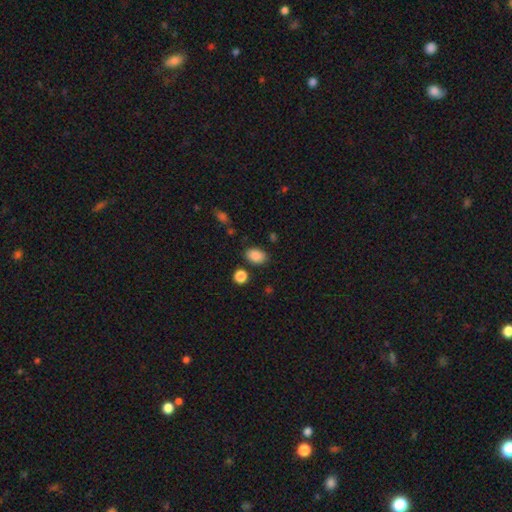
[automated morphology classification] Smooth or featured?
  - smooth: 87% *
  - star or artifact: 9%
  - featured or disk: 4%
How rounded?
  - in between: 85% *
  - round: 14%
  - cigar-shaped: 1%
Merging?
  - none: 82% *
  - minor disturbance: 11%
  - merger: 4%
  - major disturbance: 3%